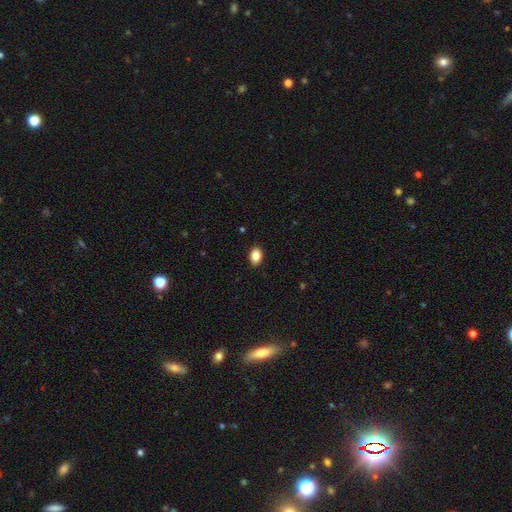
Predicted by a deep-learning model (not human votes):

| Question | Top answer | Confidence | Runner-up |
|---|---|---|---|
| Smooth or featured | smooth | 87% | star or artifact (8%) |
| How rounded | in between | 82% | round (17%) |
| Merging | none | 89% | minor disturbance (8%) |